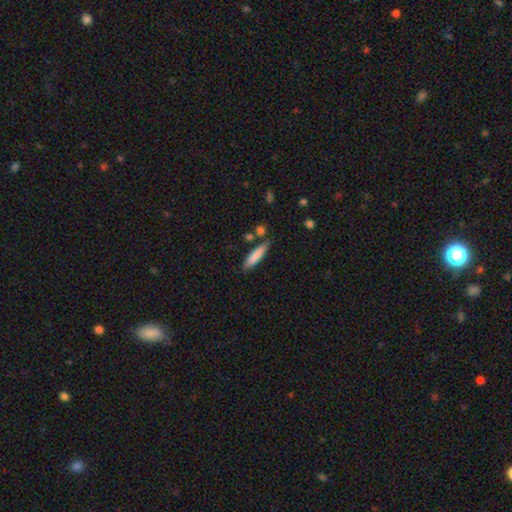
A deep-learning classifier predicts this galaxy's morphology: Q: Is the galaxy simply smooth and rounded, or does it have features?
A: smooth — 81%.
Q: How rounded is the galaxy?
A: cigar-shaped — 76%.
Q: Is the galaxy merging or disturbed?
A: none — 73%.